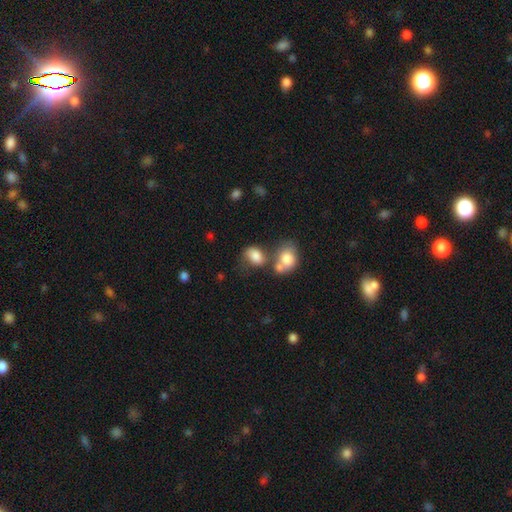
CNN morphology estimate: A smooth galaxy with no disk features (79%) that is in between round and cigar-shaped (74%). Merging: merger (36%).